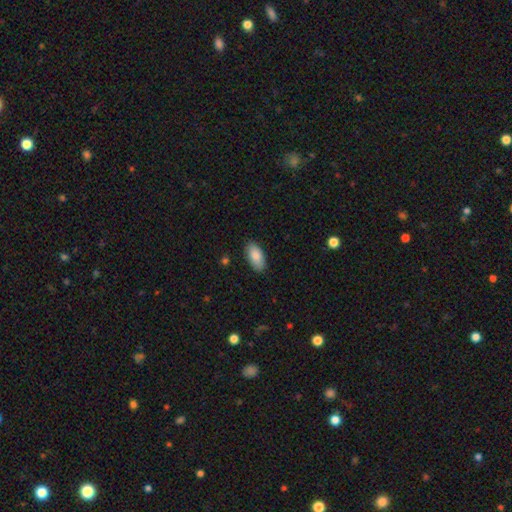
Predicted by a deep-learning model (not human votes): smooth-or-featured: smooth: 85% | featured or disk: 9% | star or artifact: 6%
  how-rounded: in between: 93% | cigar-shaped: 4% | round: 3%
  merging: none: 86% | minor disturbance: 11% | major disturbance: 2% | merger: 1%